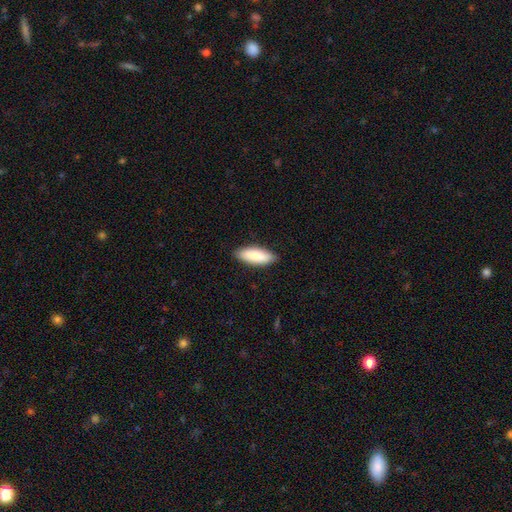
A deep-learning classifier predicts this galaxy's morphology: Smooth or featured? smooth (84%)
How rounded? in between (70%)
Merging? none (87%)